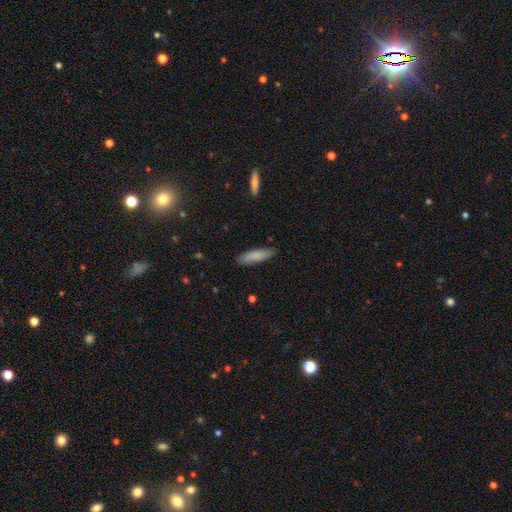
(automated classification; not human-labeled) smooth-or-featured: smooth: 85% | featured or disk: 9% | star or artifact: 6%
  how-rounded: cigar-shaped: 67% | in between: 32% | round: 1%
  merging: none: 85% | minor disturbance: 12% | major disturbance: 2% | merger: 1%